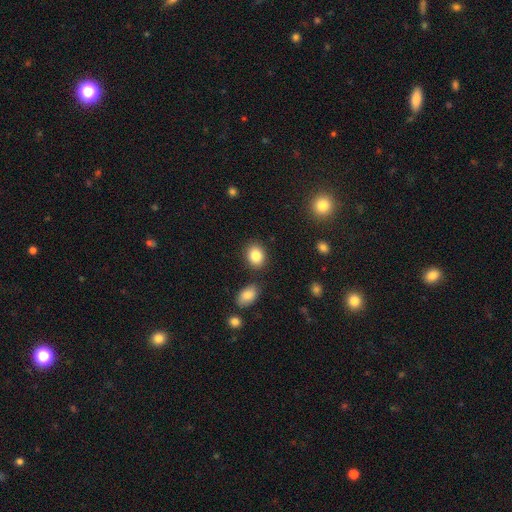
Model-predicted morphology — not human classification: The model was most divided on "how rounded": in between: 54%, round: 44%, cigar-shaped: 1%. More confident: smooth or featured — smooth (85%); merging — none (83%).